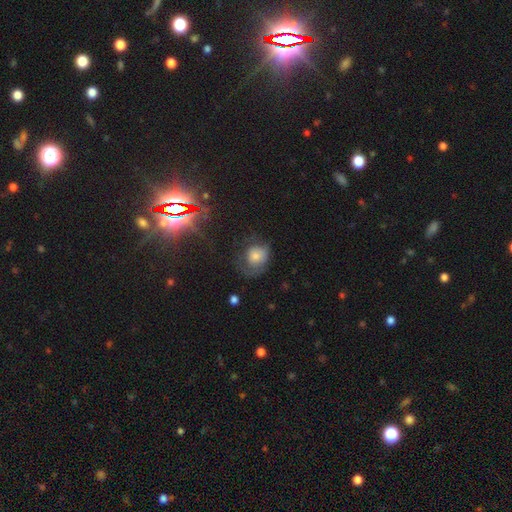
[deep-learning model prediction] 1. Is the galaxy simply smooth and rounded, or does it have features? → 62% smooth, 22% featured or disk, 16% star or artifact.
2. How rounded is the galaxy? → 56% round, 43% in between, 1% cigar-shaped.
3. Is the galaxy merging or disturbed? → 41% none, 29% major disturbance, 28% minor disturbance, 2% merger.